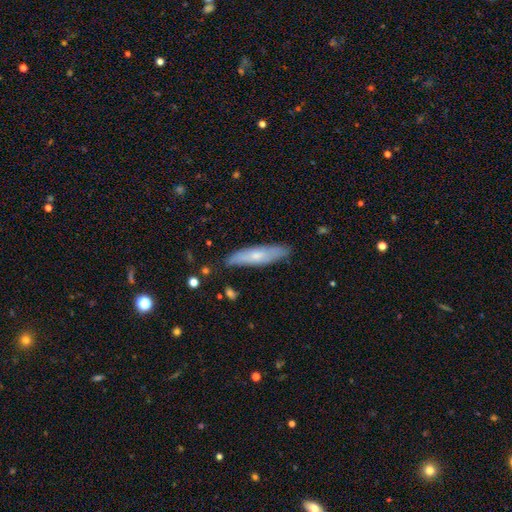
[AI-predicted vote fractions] This is possibly a smooth galaxy (59%). How rounded: clearly cigar-shaped (81%). Merging: clearly none (85%).